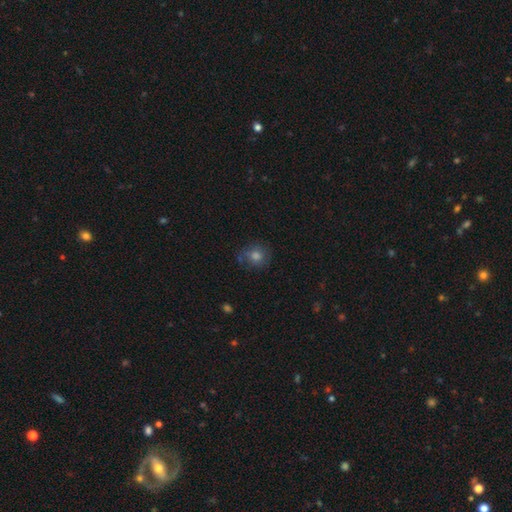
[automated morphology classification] This appears to be a smooth galaxy with no disk features (67%) that is round (82%). Merging: none (75%).